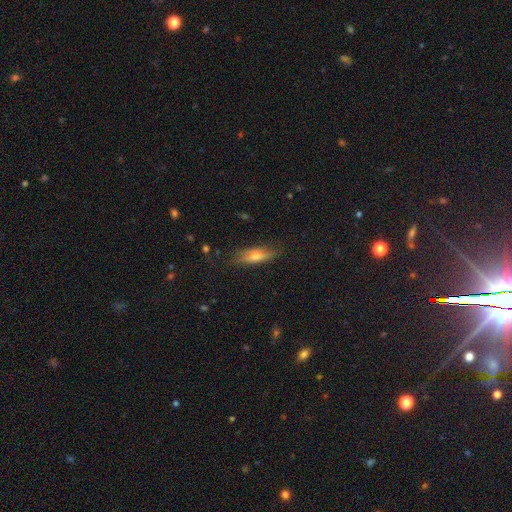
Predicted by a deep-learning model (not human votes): This is possibly a smooth galaxy (55%). How rounded: possibly cigar-shaped (60%). Merging: likely none (80%).